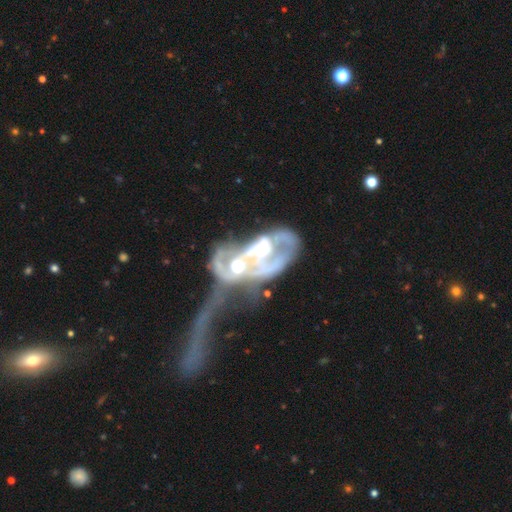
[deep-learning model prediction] A featured or disk galaxy (80%) with no bar (69%), spiral arms (64%) and a moderate central bulge (64%).

Vote fractions:
- Smooth or featured? featured or disk: 80% / smooth: 13% / star or artifact: 7%
- Edge-on disk? no: 95% / yes: 5%
- Bar? no: 69% / weak: 22% / strong: 9%
- Spiral arms? yes: 64% / no: 36%
- Bulge size? moderate: 64% / small: 24% / large: 6% / none: 3% / dominant: 2%
- Merging? merger: 76% / major disturbance: 16% / none: 5% / minor disturbance: 3%